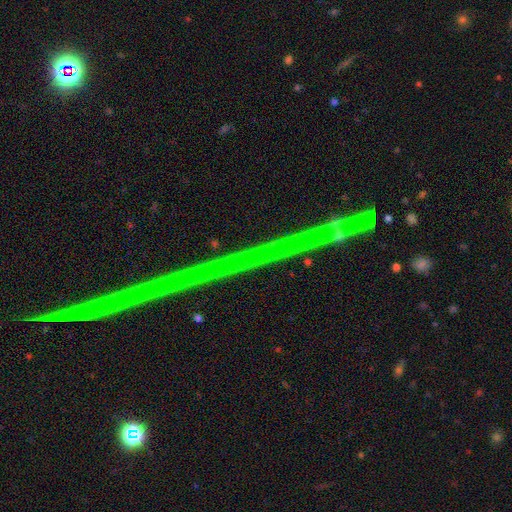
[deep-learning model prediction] smooth-or-featured: star or artifact: 78% | featured or disk: 16% | smooth: 6%